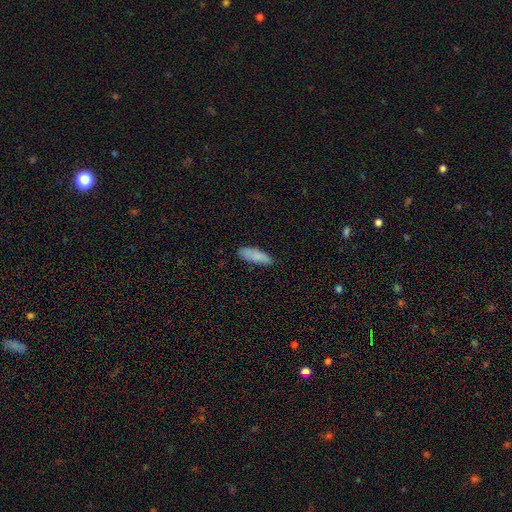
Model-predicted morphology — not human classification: type=smooth (85%); roundness=in between (55%); merging=none (79%).